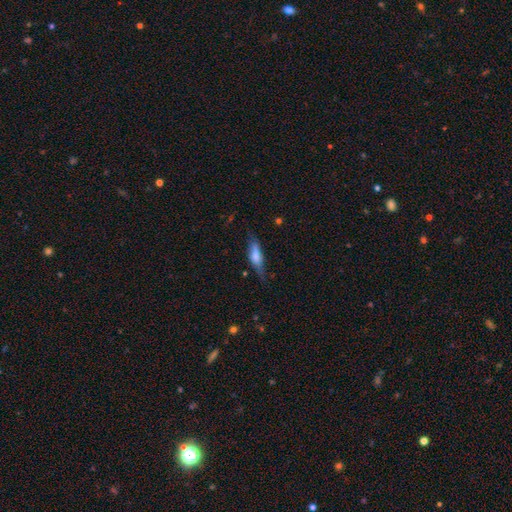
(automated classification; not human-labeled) smooth-or-featured: smooth: 59% | featured or disk: 34% | star or artifact: 7%
  how-rounded: cigar-shaped: 55% | in between: 43% | round: 2%
  merging: none: 62% | minor disturbance: 27% | major disturbance: 9% | merger: 3%